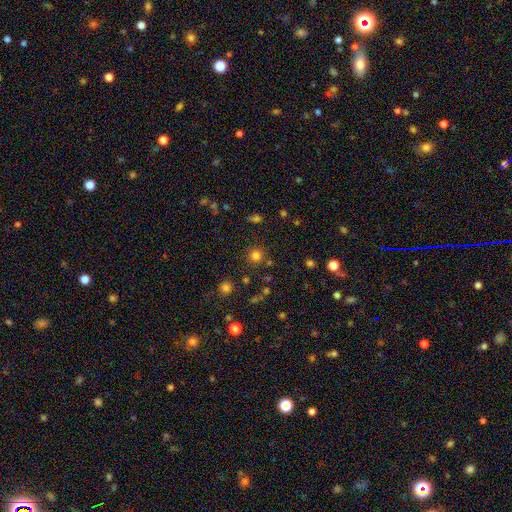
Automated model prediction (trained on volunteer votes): The model was most divided on "smooth or featured": smooth: 76%, star or artifact: 18%, featured or disk: 6%. More confident: how rounded — round (94%); merging — none (85%).